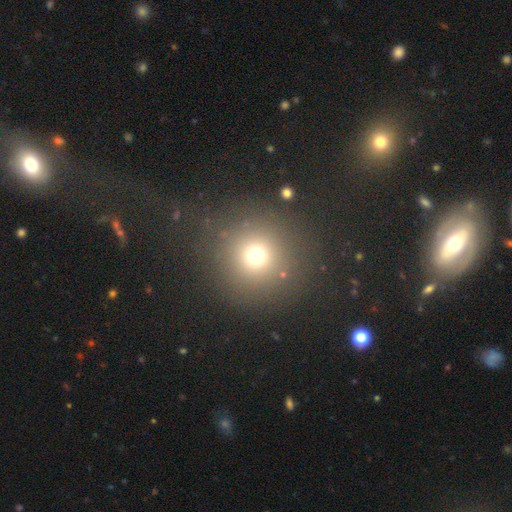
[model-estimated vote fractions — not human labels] Smooth or featured? Predicted: smooth (p=0.71). How rounded? Predicted: round (p=0.94). Merging? Predicted: none (p=0.84).